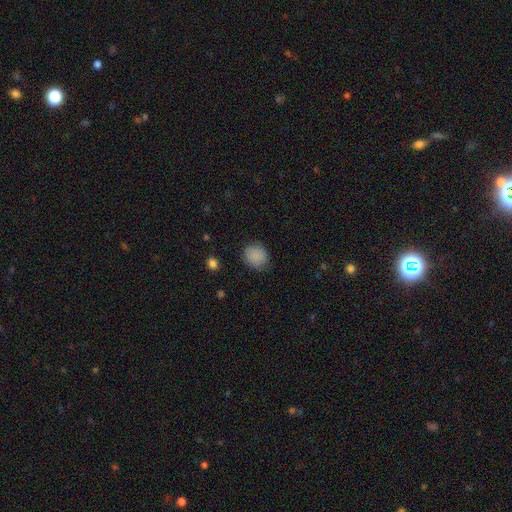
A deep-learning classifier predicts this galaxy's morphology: This appears to be a smooth galaxy with no disk features (88%) that is round (73%). Merging: none (85%).